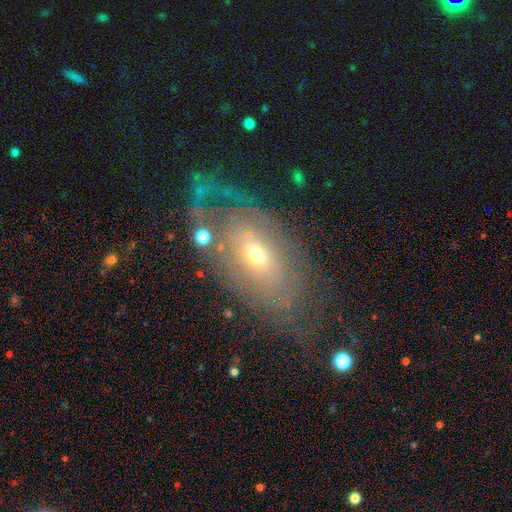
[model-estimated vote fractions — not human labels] Overall: featured or disk (63%; smooth 27%). Edge-on disk: no (90%). Bar: no (76%). Spiral arms: yes (55%; no 45%). Bulge size: moderate (50%; small 44%). Merging: none (54%; major disturbance 21%).